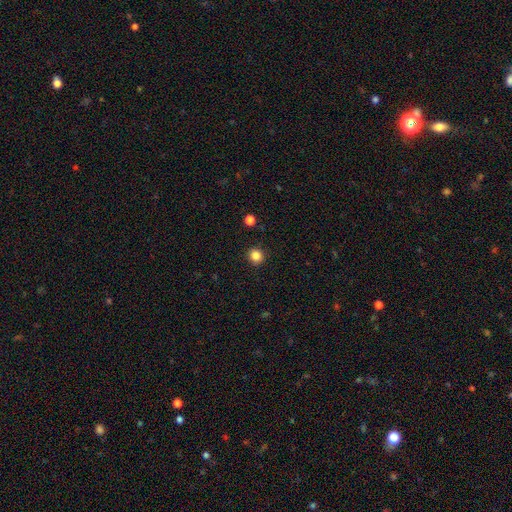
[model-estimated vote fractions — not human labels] Morphology: type=smooth (85%); roundness=round (92%); merging=none (92%).